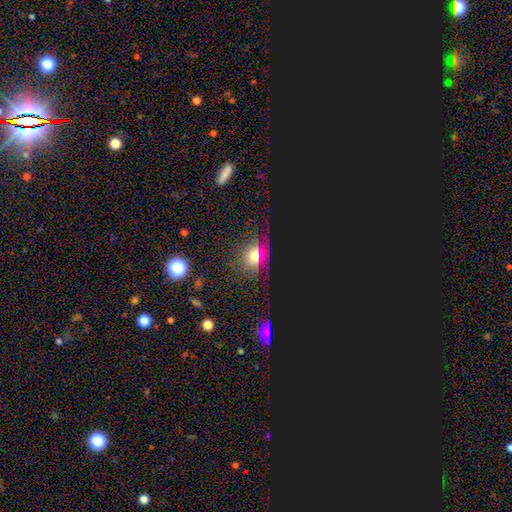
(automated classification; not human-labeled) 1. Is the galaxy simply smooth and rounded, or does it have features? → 47% star or artifact, 41% smooth, 13% featured or disk.